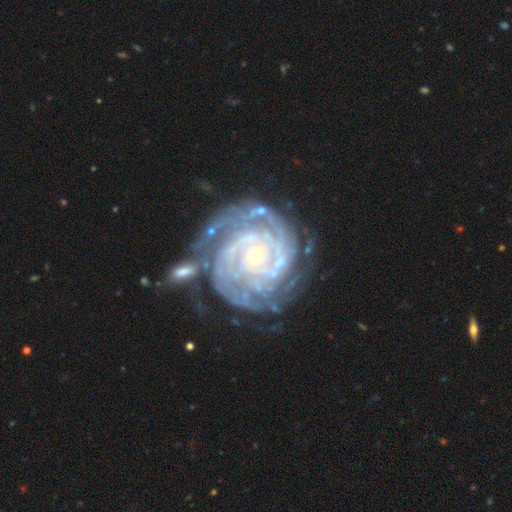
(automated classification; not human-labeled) This appears to be a featured or disk galaxy (92%) with no bar (77%), 4 (21%) tight (82%) spiral arms (98%) and a small central bulge (80%). Merging: none (59%).